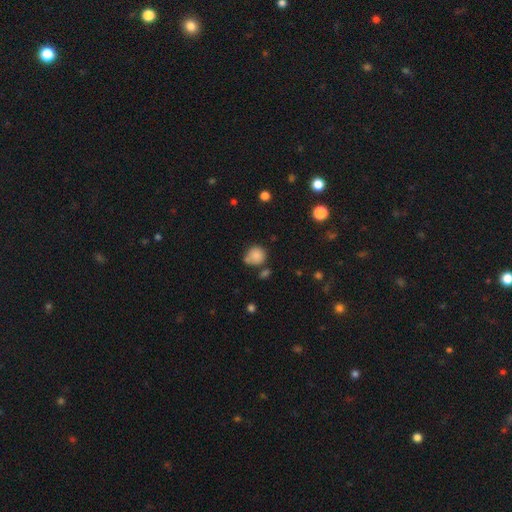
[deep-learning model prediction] Q: Smooth or featured?
A: smooth (84%); runner-up: star or artifact (10%)
Q: How rounded?
A: round (84%); runner-up: in between (15%)
Q: Merging?
A: none (59%); runner-up: minor disturbance (22%)